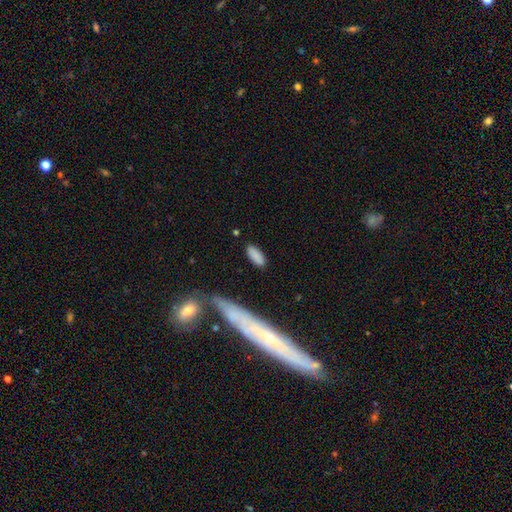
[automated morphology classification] Overall: smooth (86%). How rounded: in between (82%). Merging: none (83%).